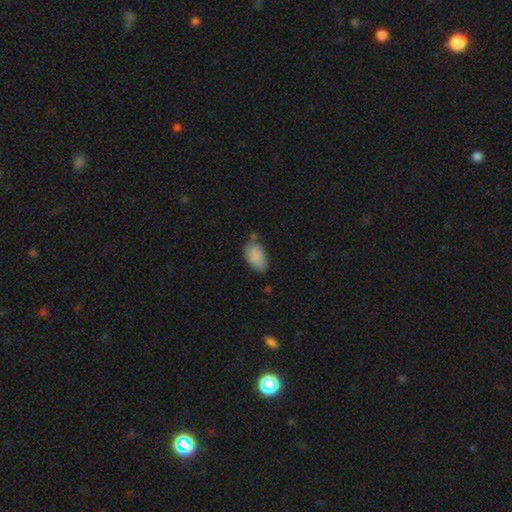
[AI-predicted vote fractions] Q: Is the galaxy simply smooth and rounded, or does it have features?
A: smooth — 88%.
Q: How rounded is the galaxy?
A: in between — 94%.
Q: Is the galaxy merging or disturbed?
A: none — 62%.